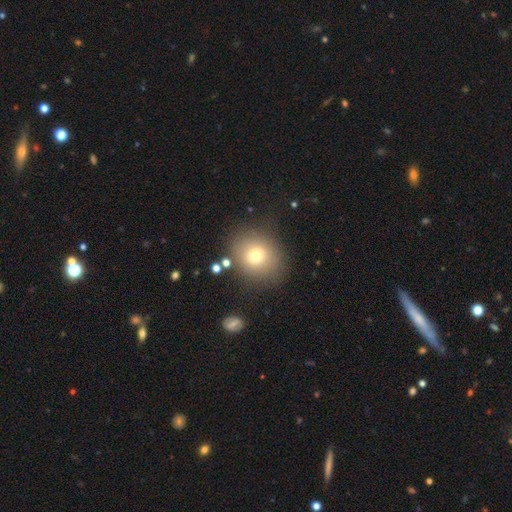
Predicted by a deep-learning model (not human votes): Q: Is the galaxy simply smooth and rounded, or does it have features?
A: smooth — 72%.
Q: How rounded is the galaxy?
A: round — 79%.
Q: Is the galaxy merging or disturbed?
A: none — 80%.